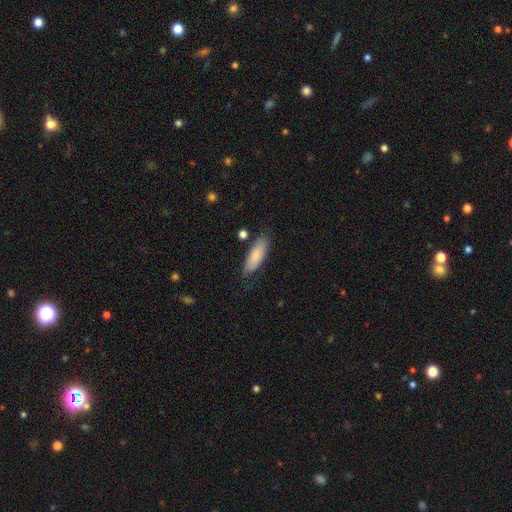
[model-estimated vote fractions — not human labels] A smooth galaxy with no disk features (82%) that is in between round and cigar-shaped (60%). Merging: none (75%).